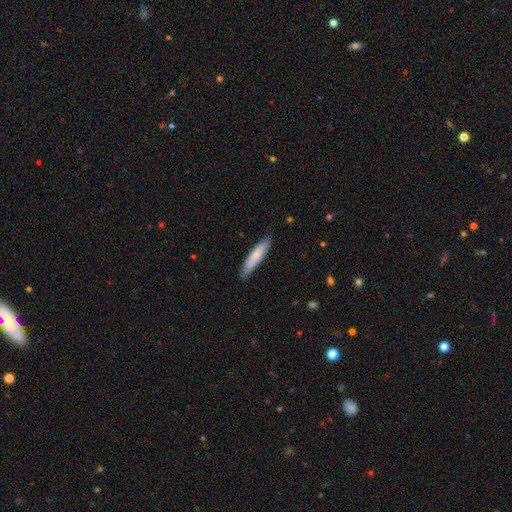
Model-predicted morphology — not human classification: smooth_or_featured: smooth (p=0.72) [alt: featured or disk p=0.23]
how_rounded: cigar-shaped (p=0.84) [alt: in between p=0.15]
merging: none (p=0.81) [alt: minor disturbance p=0.16]